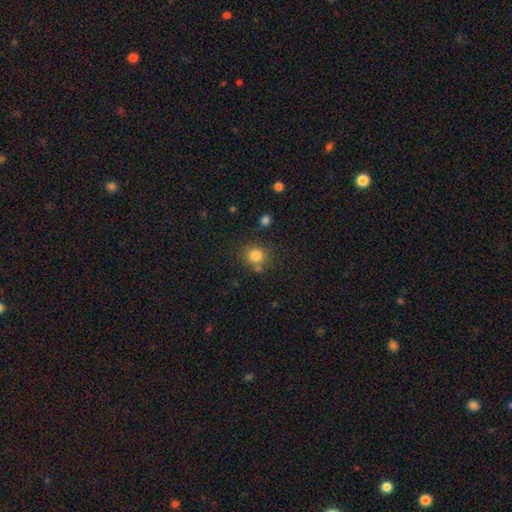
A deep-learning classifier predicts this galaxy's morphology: smooth_or_featured: smooth (p=0.82) [alt: star or artifact p=0.12]
how_rounded: round (p=0.87) [alt: in between p=0.13]
merging: none (p=0.73) [alt: minor disturbance p=0.12]